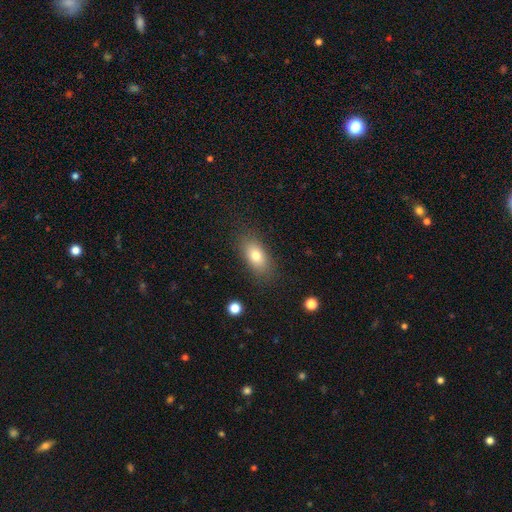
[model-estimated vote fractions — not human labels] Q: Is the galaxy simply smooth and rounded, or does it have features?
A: smooth — 77%.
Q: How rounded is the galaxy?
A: in between — 86%.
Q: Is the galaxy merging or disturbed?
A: none — 82%.